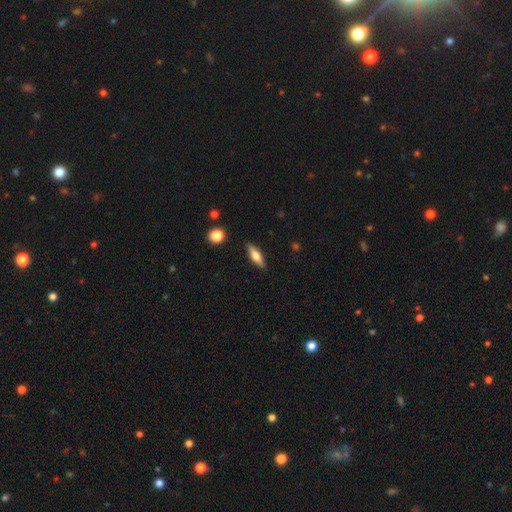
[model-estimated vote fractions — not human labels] Q: Smooth or featured?
A: smooth (56%); runner-up: featured or disk (38%)
Q: How rounded?
A: cigar-shaped (50%); runner-up: in between (47%)
Q: Merging?
A: none (87%); runner-up: minor disturbance (9%)